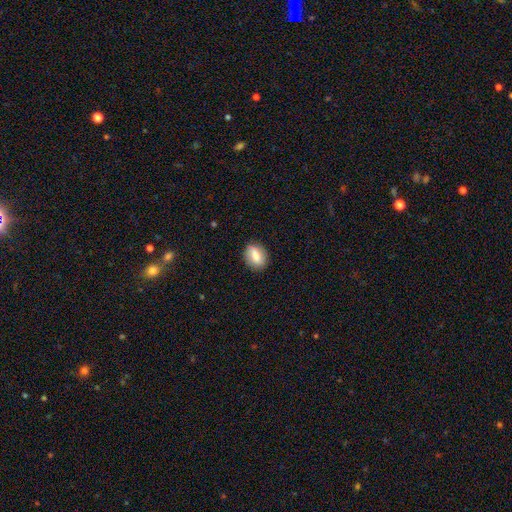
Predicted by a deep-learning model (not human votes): Smooth or featured?
  - smooth: 70% *
  - featured or disk: 23%
  - star or artifact: 8%
How rounded?
  - in between: 66% *
  - round: 31%
  - cigar-shaped: 3%
Merging?
  - none: 86% *
  - minor disturbance: 10%
  - major disturbance: 3%
  - merger: 1%